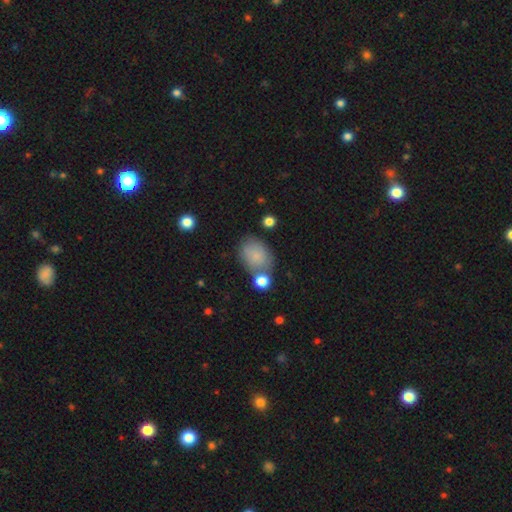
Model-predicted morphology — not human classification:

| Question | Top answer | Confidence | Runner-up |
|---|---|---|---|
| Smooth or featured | smooth | 81% | featured or disk (10%) |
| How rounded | in between | 73% | round (26%) |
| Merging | none | 58% | minor disturbance (19%) |